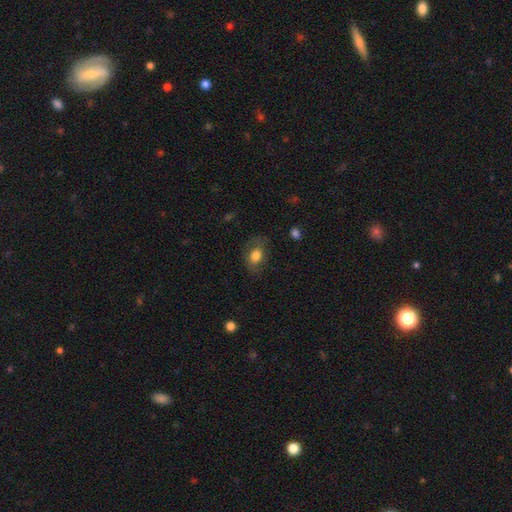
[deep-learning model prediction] A smooth galaxy with no disk features (72%) that is in between round and cigar-shaped (78%).

Vote fractions:
- Smooth or featured? smooth: 72% / featured or disk: 20% / star or artifact: 9%
- How rounded? in between: 78% / round: 21% / cigar-shaped: 2%
- Merging? none: 68% / minor disturbance: 20% / major disturbance: 10% / merger: 1%